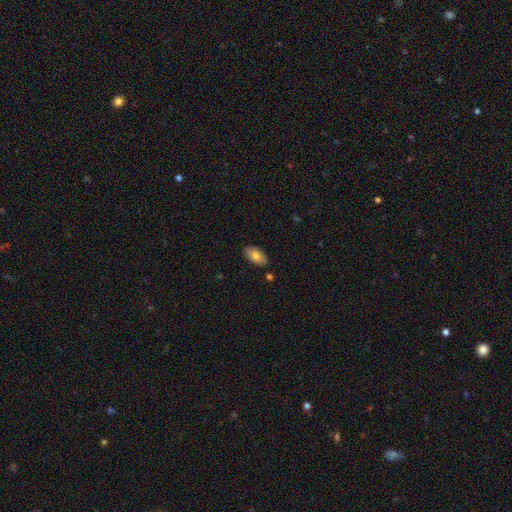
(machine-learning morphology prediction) smooth 79%, featured or disk 14%, star or artifact 7%. Down the decision tree: how rounded — in between (93%); merging — none (86%).